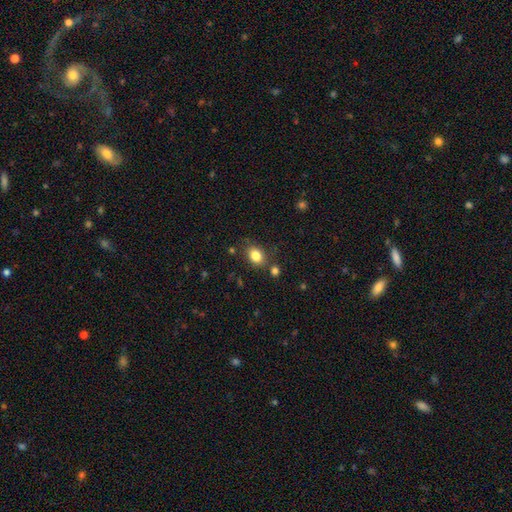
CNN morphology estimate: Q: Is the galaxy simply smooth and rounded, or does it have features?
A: smooth — 83%.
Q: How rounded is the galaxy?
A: in between — 64%.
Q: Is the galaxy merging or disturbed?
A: none — 77%.